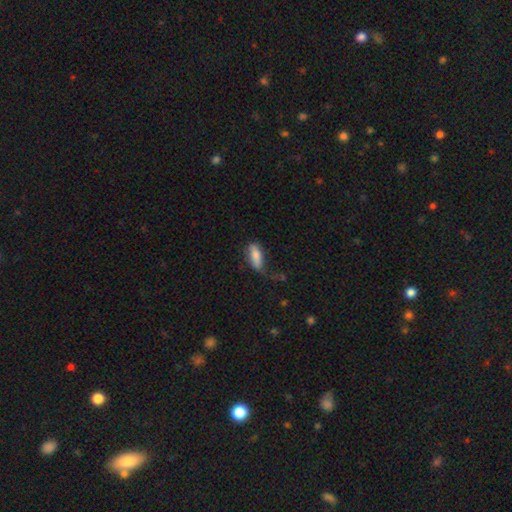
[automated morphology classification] Overall: smooth (79%). How rounded: in between (74%). Merging: none (40%; minor disturbance 32%).